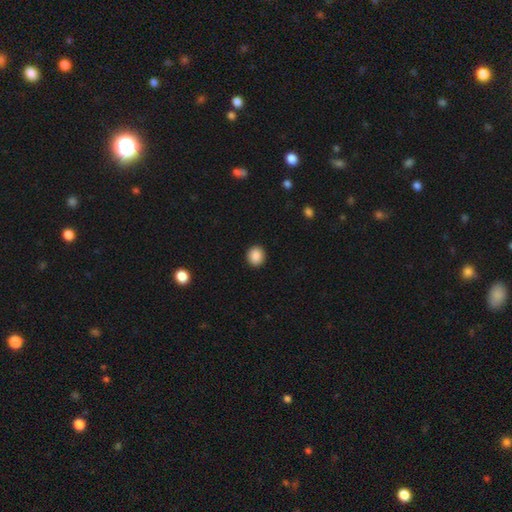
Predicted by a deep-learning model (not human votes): The model was most divided on "how rounded": round: 82%, in between: 17%, cigar-shaped: 1%. More confident: merging — none (92%); smooth or featured — smooth (88%).